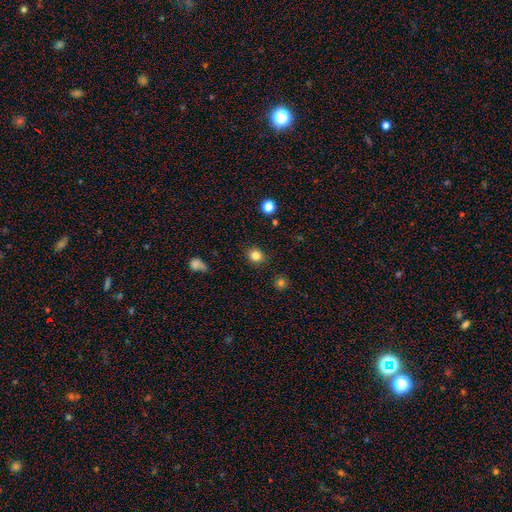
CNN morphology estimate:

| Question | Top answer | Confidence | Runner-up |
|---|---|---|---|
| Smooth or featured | smooth | 83% | star or artifact (12%) |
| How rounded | round | 82% | in between (17%) |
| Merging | none | 89% | minor disturbance (8%) |